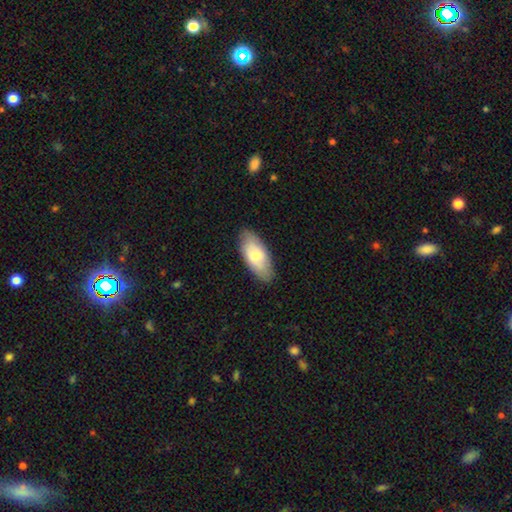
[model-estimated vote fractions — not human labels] Q: Smooth or featured?
A: smooth (69%); runner-up: featured or disk (26%)
Q: How rounded?
A: in between (88%); runner-up: cigar-shaped (9%)
Q: Merging?
A: none (82%); runner-up: minor disturbance (14%)